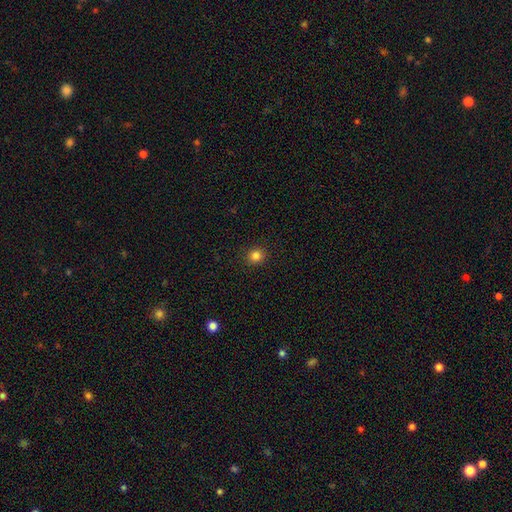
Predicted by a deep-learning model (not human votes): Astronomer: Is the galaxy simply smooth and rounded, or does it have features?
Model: smooth — 84%.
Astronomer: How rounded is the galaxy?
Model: round — 88%.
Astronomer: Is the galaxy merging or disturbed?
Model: none — 91%.